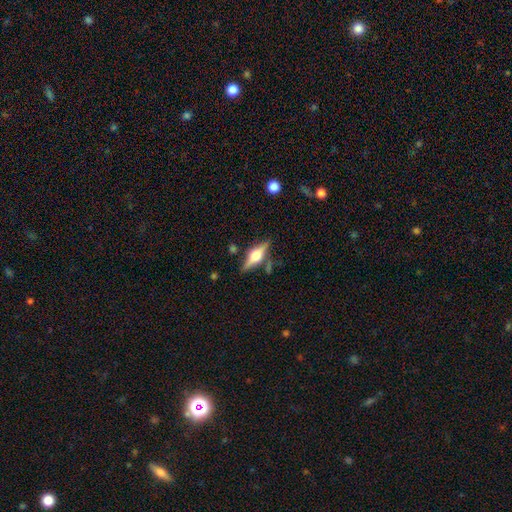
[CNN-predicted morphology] Q: Smooth or featured?
A: featured or disk (71%); runner-up: smooth (22%)
Q: Edge-on disk?
A: yes (96%); runner-up: no (4%)
Q: Edge-on bulge?
A: rounded (93%); runner-up: boxy (6%)
Q: Merging?
A: none (80%); runner-up: minor disturbance (12%)